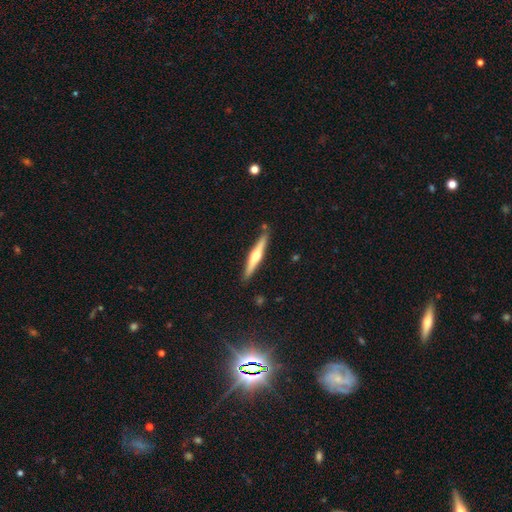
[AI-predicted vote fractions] featured or disk 63%, smooth 32%, star or artifact 5%. Down the decision tree: edge-on disk — yes (97%); edge-on bulge — rounded (92%); merging — none (86%).